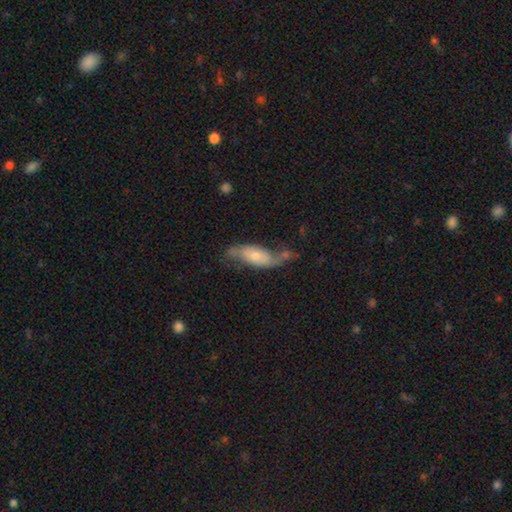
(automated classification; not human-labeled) The model was most divided on "smooth or featured": featured or disk: 50%, smooth: 43%, star or artifact: 7%. Remaining: merging — none (42%).